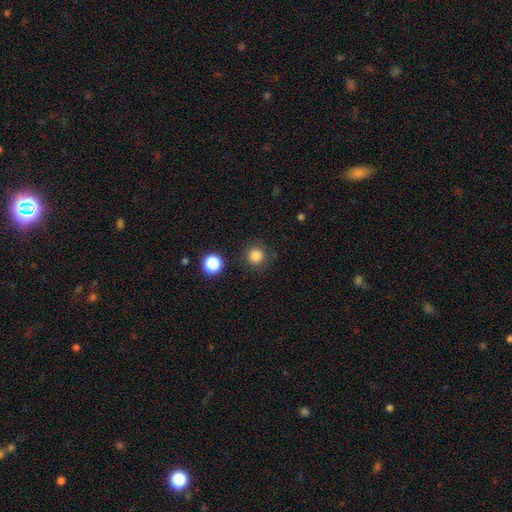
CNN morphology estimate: Smooth or featured? smooth (83%)
How rounded? round (94%)
Merging? none (88%)